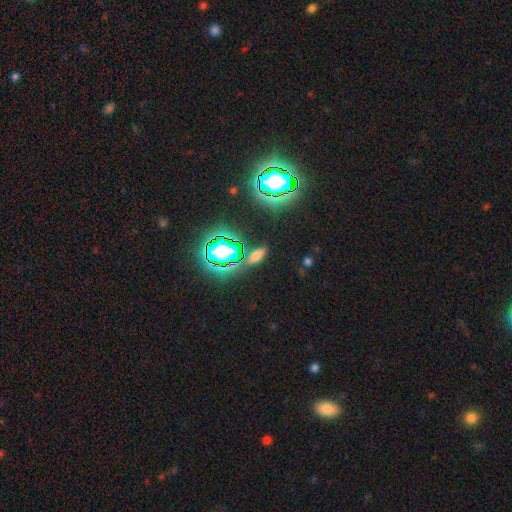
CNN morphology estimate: smooth_or_featured: smooth (p=0.46) [alt: star or artifact p=0.40]
merging: none (p=0.81) [alt: minor disturbance p=0.10]